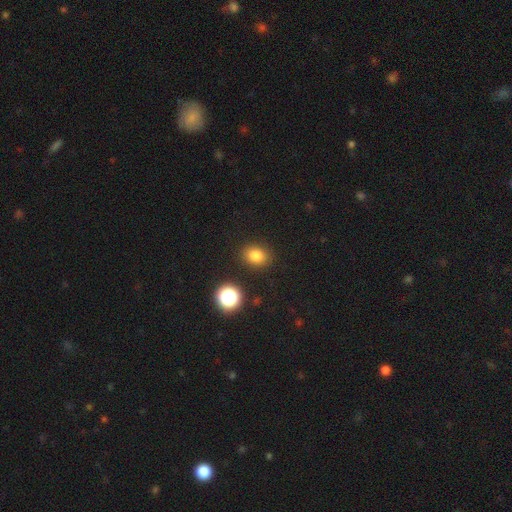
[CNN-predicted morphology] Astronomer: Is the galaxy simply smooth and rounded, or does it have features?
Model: smooth — 81%.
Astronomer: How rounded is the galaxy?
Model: round — 51% (runner-up: in between, 48%).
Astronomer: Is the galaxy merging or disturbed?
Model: none — 87%.